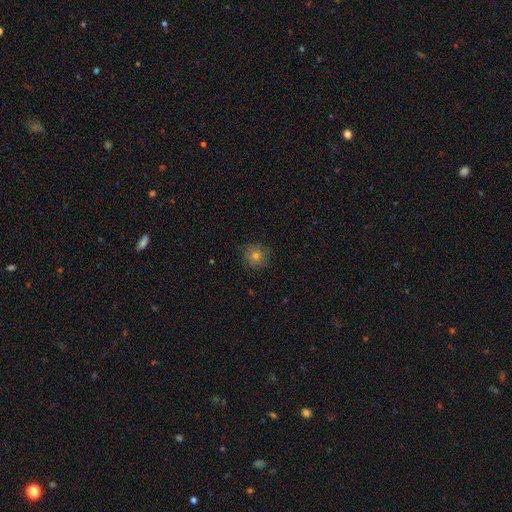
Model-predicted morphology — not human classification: smooth_or_featured: smooth (p=0.67) [alt: star or artifact p=0.19]
how_rounded: round (p=0.94) [alt: in between p=0.05]
merging: none (p=0.87) [alt: minor disturbance p=0.10]